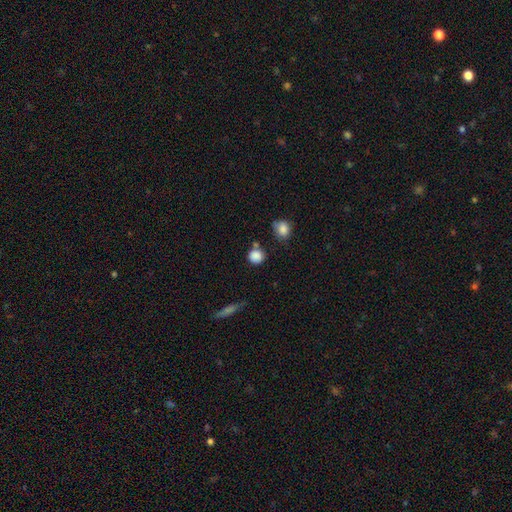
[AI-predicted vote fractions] Q: Smooth or featured?
A: smooth (85%); runner-up: star or artifact (10%)
Q: How rounded?
A: round (87%); runner-up: in between (11%)
Q: Merging?
A: none (71%); runner-up: minor disturbance (14%)